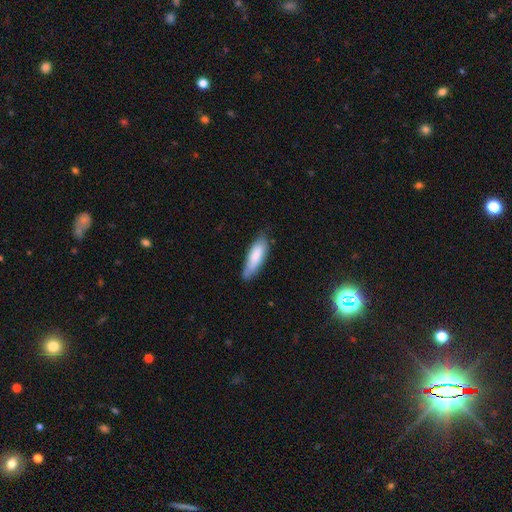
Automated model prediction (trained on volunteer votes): smooth-or-featured: smooth: 80% | featured or disk: 14% | star or artifact: 6%
  how-rounded: in between: 53% | cigar-shaped: 45% | round: 1%
  merging: none: 67% | minor disturbance: 27% | major disturbance: 4% | merger: 2%